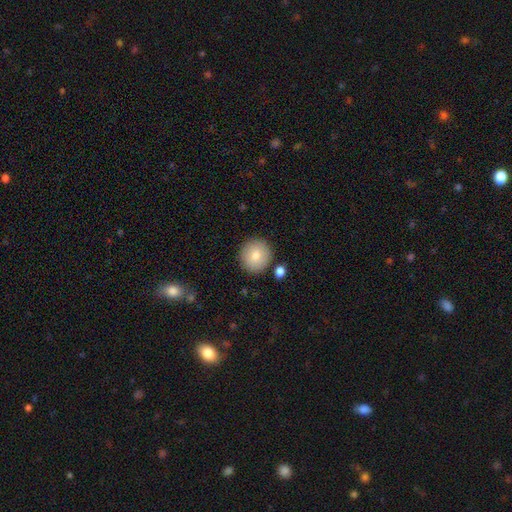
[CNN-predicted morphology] A smooth galaxy with no disk features (83%) that is round (93%).

Vote fractions:
- Smooth or featured? smooth: 83% / featured or disk: 9% / star or artifact: 7%
- How rounded? round: 93% / in between: 6% / cigar-shaped: 1%
- Merging? none: 86% / minor disturbance: 8% / merger: 4% / major disturbance: 2%